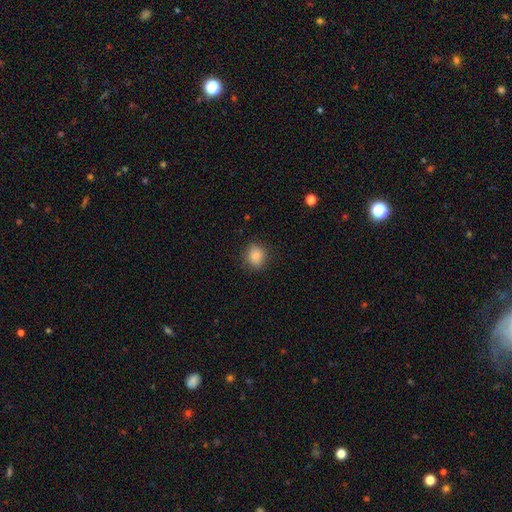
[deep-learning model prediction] This appears to be a smooth galaxy with no disk features (86%) that is round (67%). Merging: none (85%).